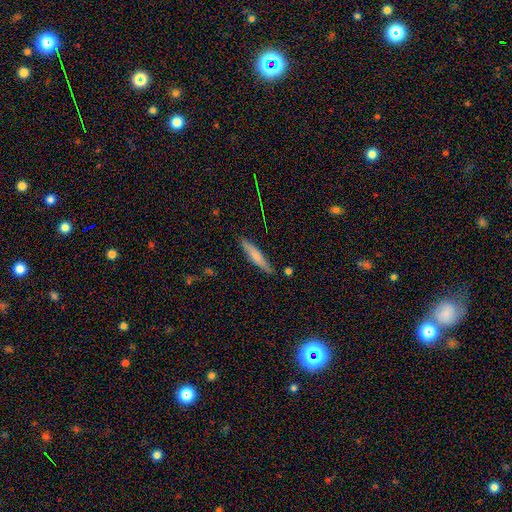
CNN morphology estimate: A smooth galaxy with no disk features (68%) that is cigar-shaped (89%). Merging: none (82%).